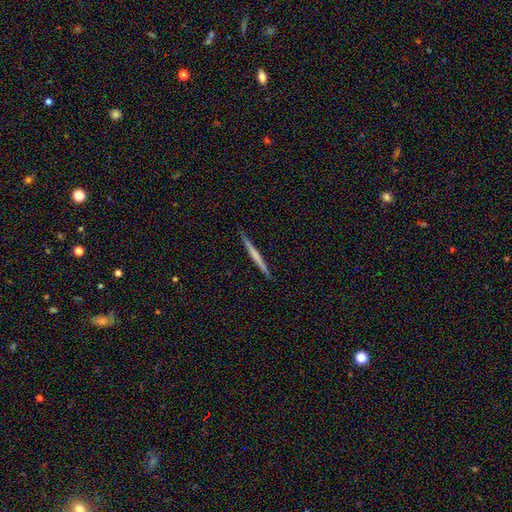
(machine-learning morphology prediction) smooth-or-featured: featured or disk: 47% (tied) | smooth: 47% (tied) | star or artifact: 6%
  merging: none: 90% | minor disturbance: 7% | major disturbance: 1% | merger: 1%